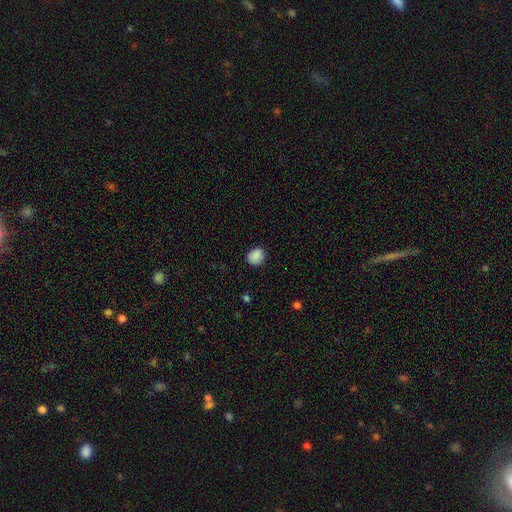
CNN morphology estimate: Q: Smooth or featured?
A: smooth (88%); runner-up: star or artifact (9%)
Q: How rounded?
A: round (71%); runner-up: in between (28%)
Q: Merging?
A: none (84%); runner-up: minor disturbance (13%)